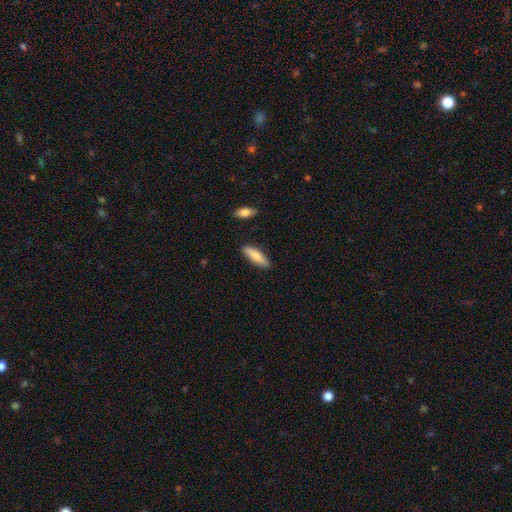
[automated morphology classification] Q: Smooth or featured?
A: smooth (75%); runner-up: featured or disk (19%)
Q: How rounded?
A: cigar-shaped (59%); runner-up: in between (39%)
Q: Merging?
A: none (86%); runner-up: minor disturbance (10%)